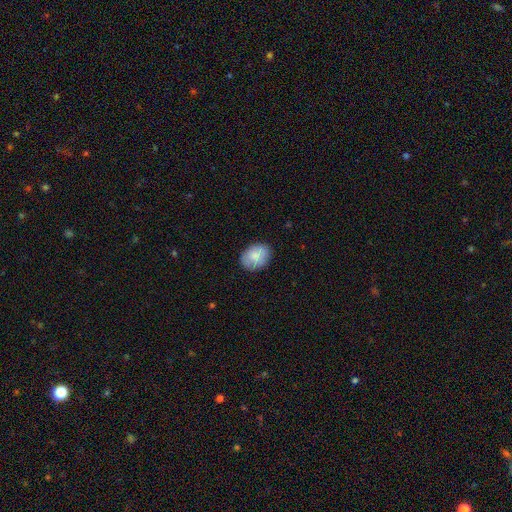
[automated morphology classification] A smooth galaxy with no disk features (83%) that is in between round and cigar-shaped (68%). Merging: none (82%).